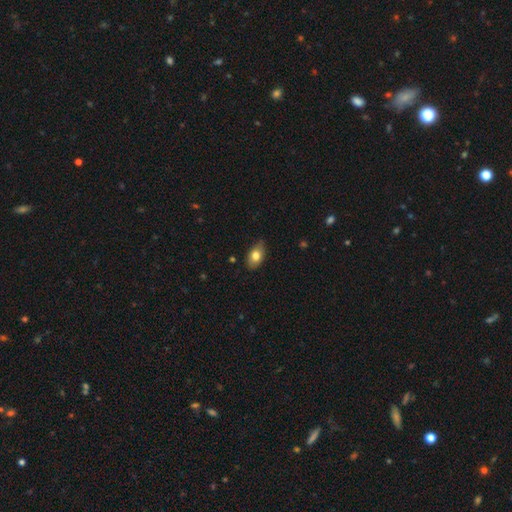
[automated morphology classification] This appears to be a smooth galaxy with no disk features (78%) that is in between round and cigar-shaped (88%). Merging: none (77%).